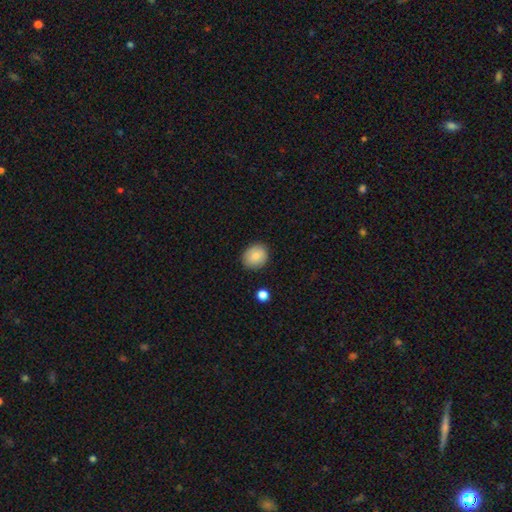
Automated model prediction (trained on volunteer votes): Smooth or featured? smooth (86%)
How rounded? round (66%)
Merging? none (87%)